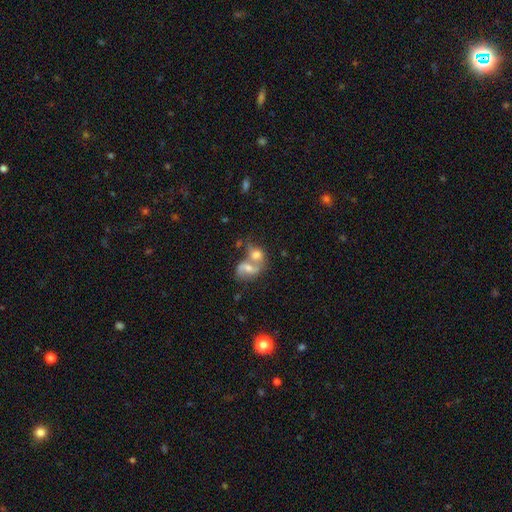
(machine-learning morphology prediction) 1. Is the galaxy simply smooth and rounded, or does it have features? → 51% featured or disk, 37% smooth, 11% star or artifact.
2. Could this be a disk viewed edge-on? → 96% no, 4% yes.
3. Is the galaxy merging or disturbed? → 62% merger, 24% none, 8% minor disturbance, 6% major disturbance.